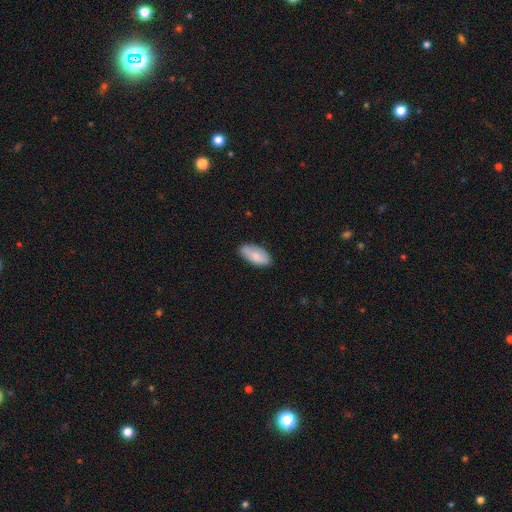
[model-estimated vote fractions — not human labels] Q: Smooth or featured?
A: smooth (83%); runner-up: featured or disk (11%)
Q: How rounded?
A: in between (92%); runner-up: cigar-shaped (6%)
Q: Merging?
A: none (79%); runner-up: minor disturbance (17%)